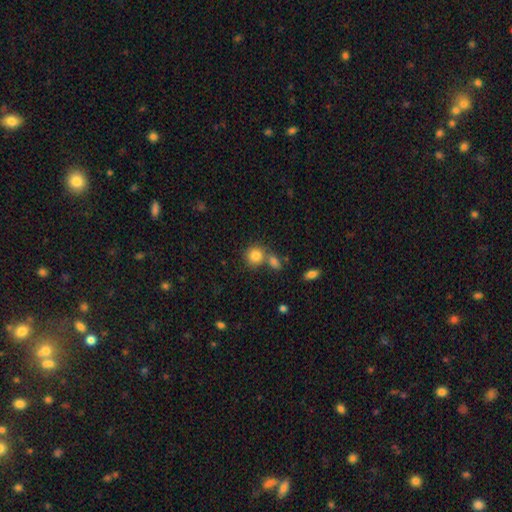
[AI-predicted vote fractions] smooth_or_featured: smooth (p=0.83) [alt: star or artifact p=0.10]
how_rounded: round (p=0.82) [alt: in between p=0.17]
merging: none (p=0.55) [alt: merger p=0.32]